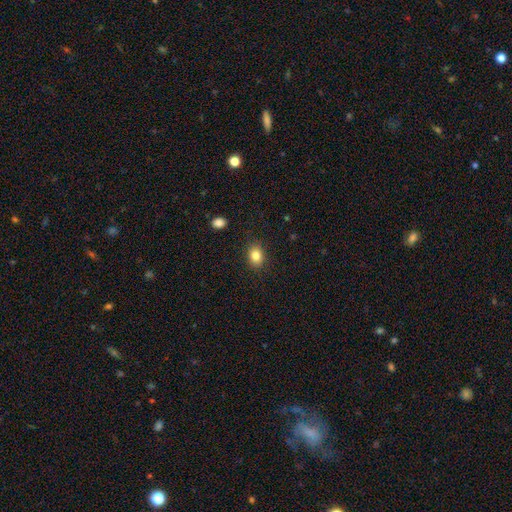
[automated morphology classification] A smooth galaxy with no disk features (84%) that is in between round and cigar-shaped (61%). Merging: none (87%).